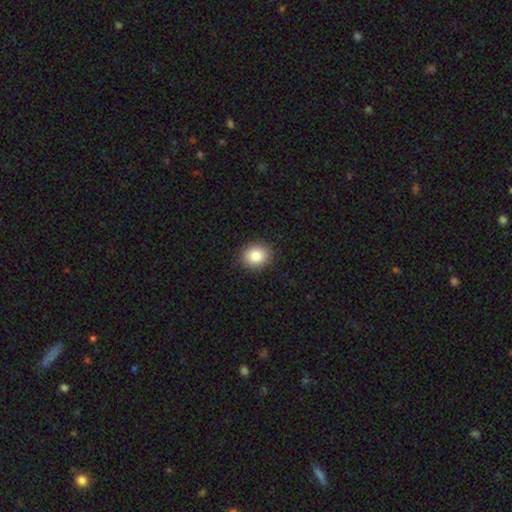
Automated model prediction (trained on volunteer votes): Smooth or featured? Predicted: smooth (p=0.85). How rounded? Predicted: round (p=0.67). Merging? Predicted: none (p=0.90).